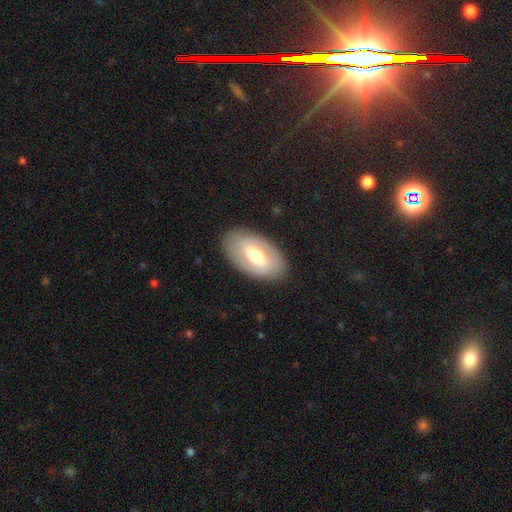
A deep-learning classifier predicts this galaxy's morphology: A featured or disk galaxy (64%) with a weak bar (40%), no spiral arms (52%) and a moderate central bulge (68%).

Vote fractions:
- Smooth or featured? featured or disk: 64% / smooth: 31% / star or artifact: 5%
- Edge-on disk? no: 91% / yes: 9%
- Bar? weak: 40% / strong: 39% / no: 21%
- Spiral arms? no: 52% / yes: 48%
- Bulge size? moderate: 68% / small: 19% / large: 12% / dominant: 1% / none: 1%
- Merging? none: 86% / minor disturbance: 9% / major disturbance: 3% / merger: 1%